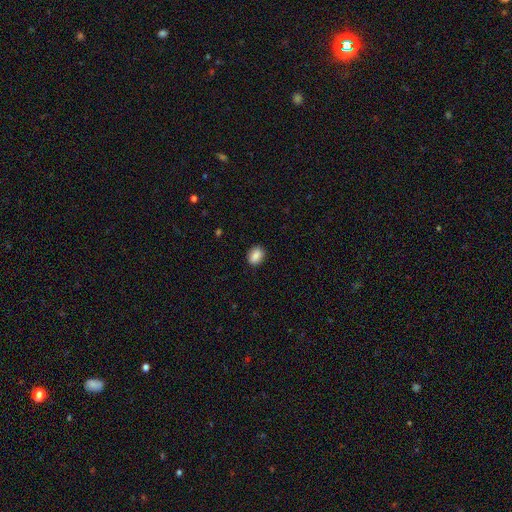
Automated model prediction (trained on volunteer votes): This appears to be a smooth galaxy with no disk features (87%) that is in between round and cigar-shaped (66%). Merging: none (87%).